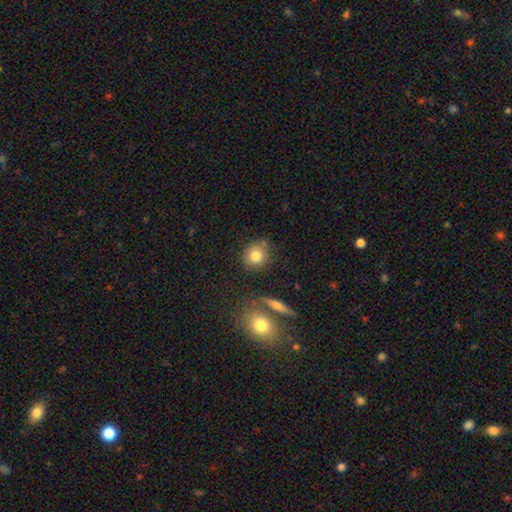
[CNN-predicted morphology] smooth_or_featured: smooth (p=0.80) [alt: featured or disk p=0.11]
how_rounded: round (p=0.83) [alt: in between p=0.16]
merging: none (p=0.76) [alt: minor disturbance p=0.12]